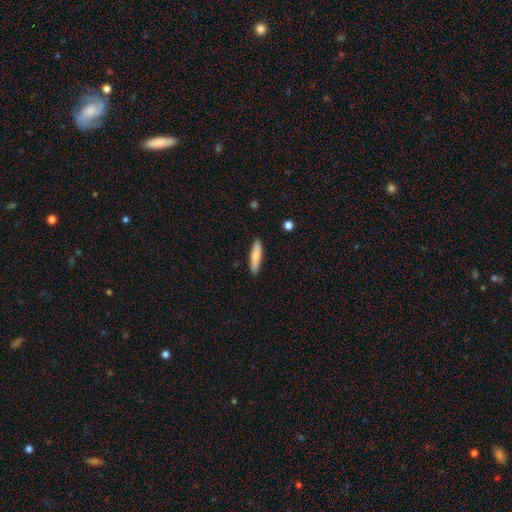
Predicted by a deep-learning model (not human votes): A smooth galaxy with no disk features (81%) that is cigar-shaped (76%). Merging: none (89%).